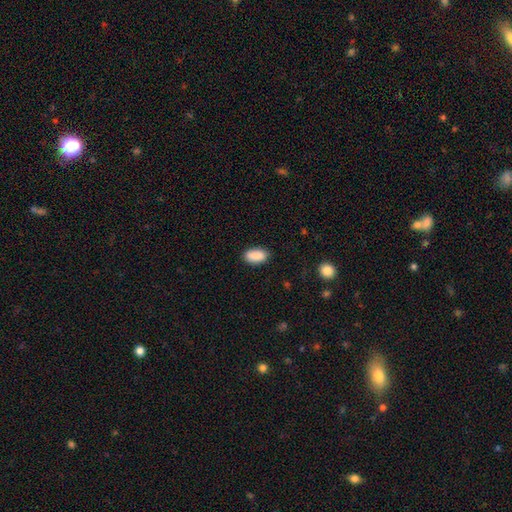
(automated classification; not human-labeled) smooth_or_featured: smooth (p=0.90) [alt: star or artifact p=0.07]
how_rounded: in between (p=0.93) [alt: round p=0.04]
merging: none (p=0.85) [alt: minor disturbance p=0.11]